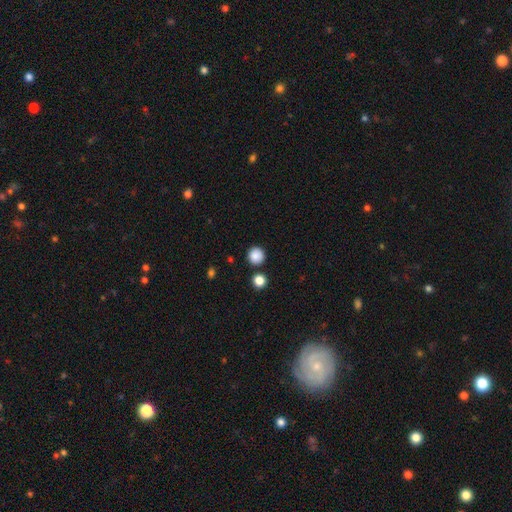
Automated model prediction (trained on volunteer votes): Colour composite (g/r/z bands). It shows a smooth galaxy with no disk features (87%) that is round (94%). Merging: none (87%).